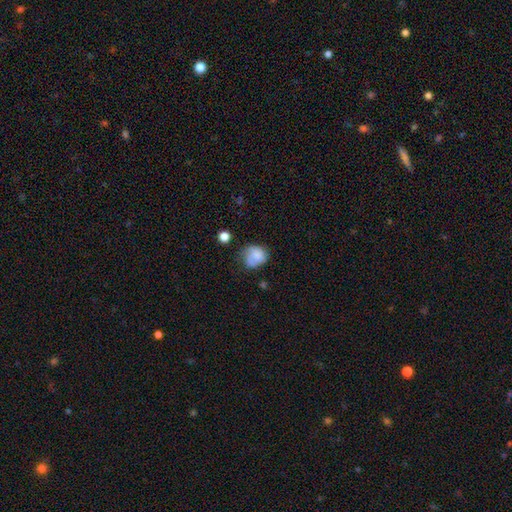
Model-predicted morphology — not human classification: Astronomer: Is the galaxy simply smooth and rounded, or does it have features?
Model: smooth — 71%.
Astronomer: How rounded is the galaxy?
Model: round — 68%.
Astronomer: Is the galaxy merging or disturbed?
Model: none — 47% (runner-up: minor disturbance, 31%).